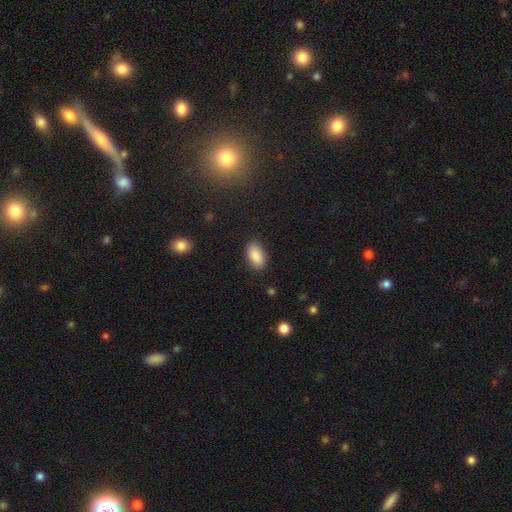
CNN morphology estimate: smooth 88%, star or artifact 7%, featured or disk 5%. Down the decision tree: how rounded — in between (93%); merging — none (86%).